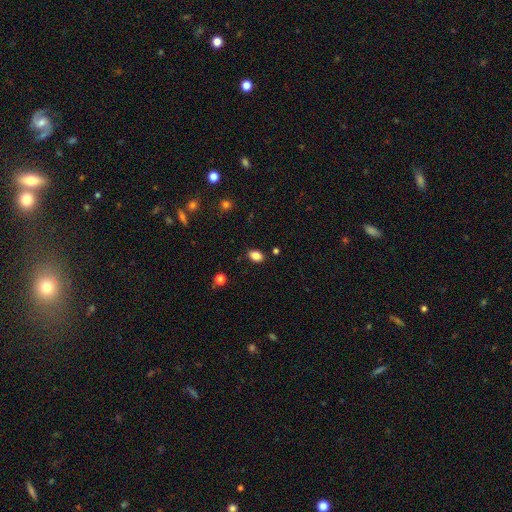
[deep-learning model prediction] Smooth or featured?
  - smooth: 85% *
  - star or artifact: 10%
  - featured or disk: 5%
How rounded?
  - in between: 82% *
  - round: 16%
  - cigar-shaped: 1%
Merging?
  - none: 86% *
  - minor disturbance: 10%
  - major disturbance: 2%
  - merger: 2%